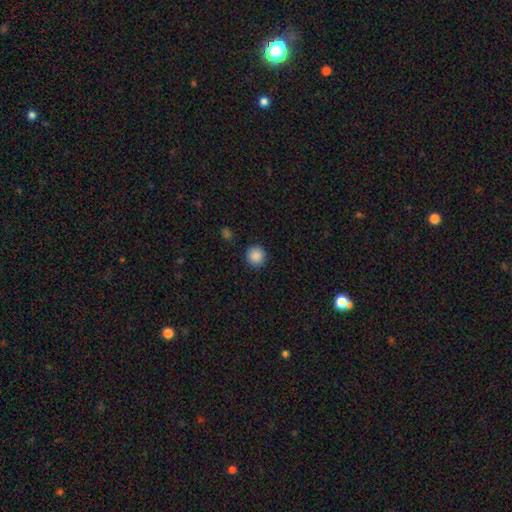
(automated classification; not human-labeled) This appears to be a smooth galaxy with no disk features (88%) that is round (93%). Merging: none (91%).